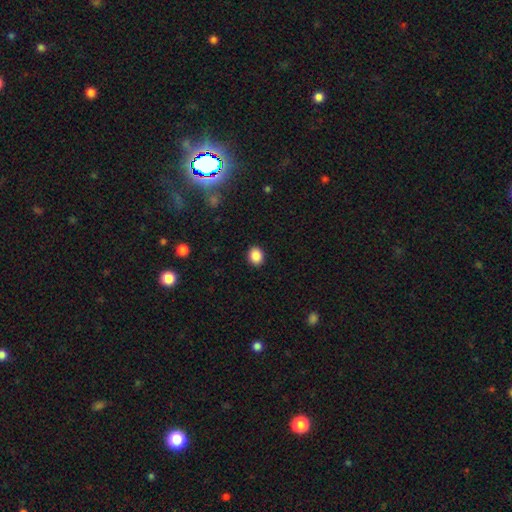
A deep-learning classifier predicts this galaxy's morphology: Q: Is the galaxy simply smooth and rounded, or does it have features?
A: smooth — 88%.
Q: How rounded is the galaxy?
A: round — 57%.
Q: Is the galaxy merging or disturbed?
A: none — 91%.